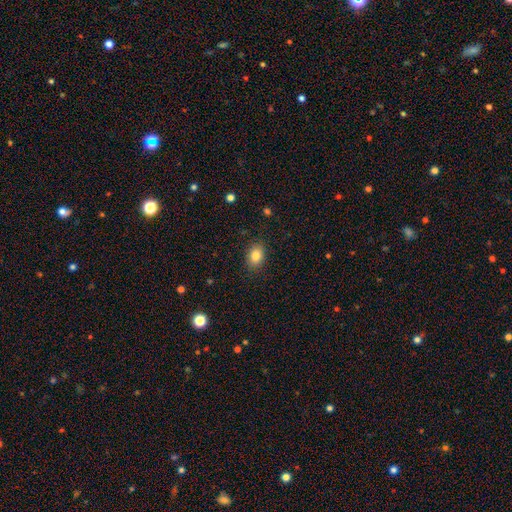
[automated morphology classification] Overall: smooth (83%). How rounded: in between (73%). Merging: none (87%).